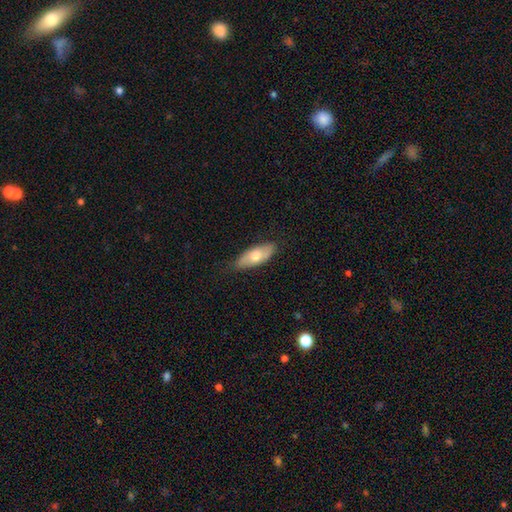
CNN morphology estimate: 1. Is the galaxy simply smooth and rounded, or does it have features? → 66% smooth, 28% featured or disk, 6% star or artifact.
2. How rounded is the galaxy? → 77% in between, 21% cigar-shaped, 3% round.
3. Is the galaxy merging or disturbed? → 78% none, 18% minor disturbance, 3% major disturbance, 1% merger.